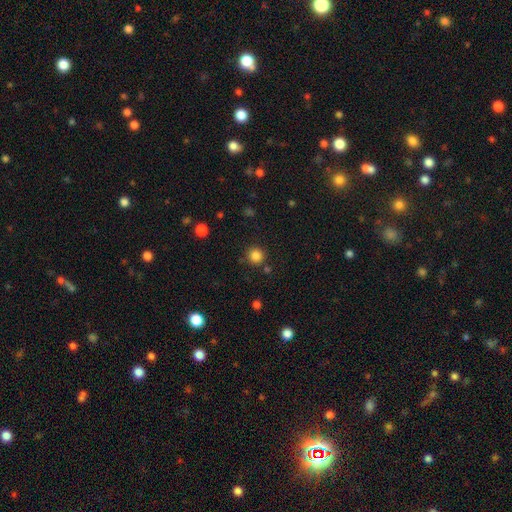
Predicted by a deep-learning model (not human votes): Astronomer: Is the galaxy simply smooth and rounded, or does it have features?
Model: smooth — 84%.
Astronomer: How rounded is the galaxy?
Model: round — 93%.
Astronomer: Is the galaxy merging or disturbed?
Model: none — 86%.